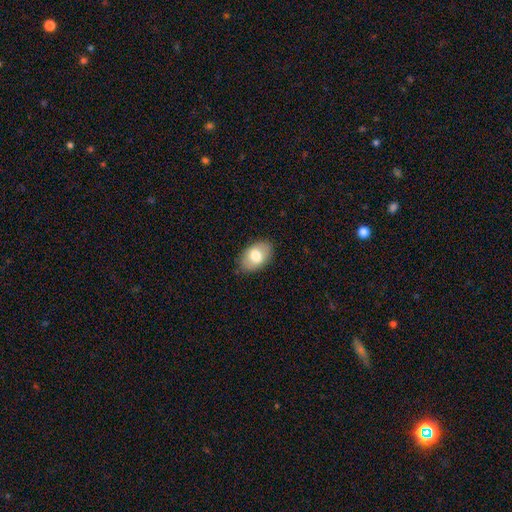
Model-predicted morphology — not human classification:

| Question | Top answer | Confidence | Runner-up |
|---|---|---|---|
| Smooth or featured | smooth | 74% | featured or disk (19%) |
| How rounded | in between | 90% | round (9%) |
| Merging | none | 84% | minor disturbance (12%) |